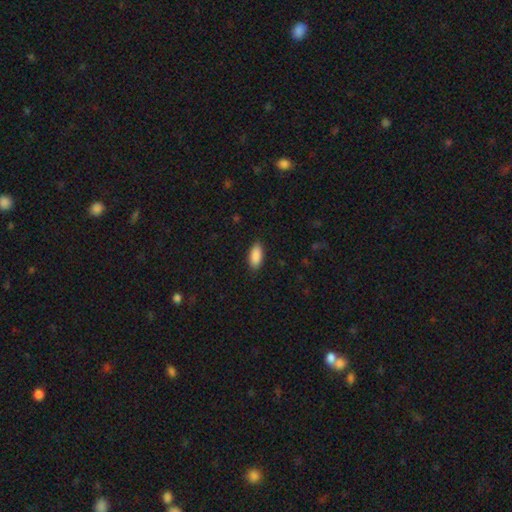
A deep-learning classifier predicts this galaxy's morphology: smooth 90%, star or artifact 6%, featured or disk 4%. Down the decision tree: how rounded — in between (88%); merging — none (88%).